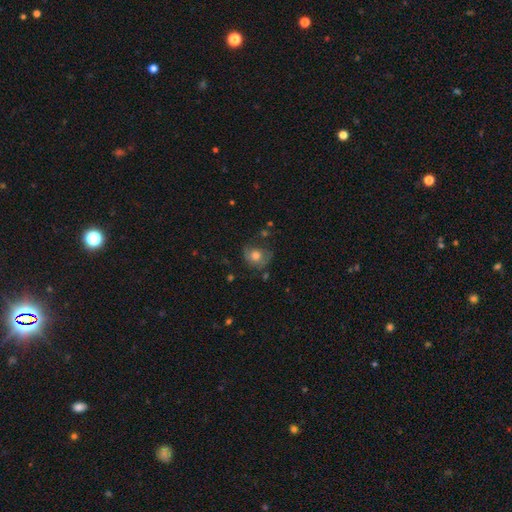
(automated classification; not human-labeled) Smooth or featured? Predicted: smooth (p=0.61). How rounded? Predicted: round (p=0.69). Merging? Predicted: none (p=0.52).